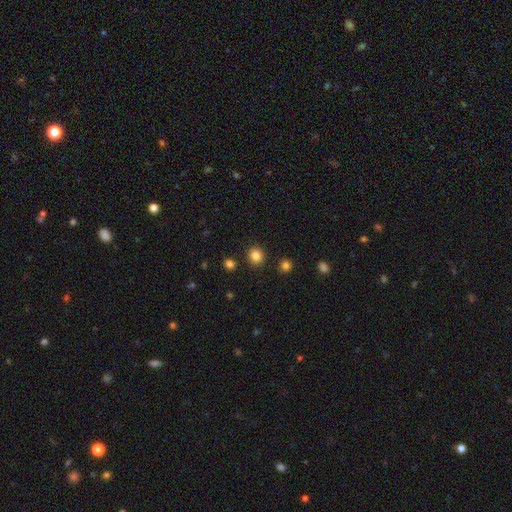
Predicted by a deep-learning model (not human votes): Overall: smooth (83%). How rounded: round (86%). Merging: none (90%).